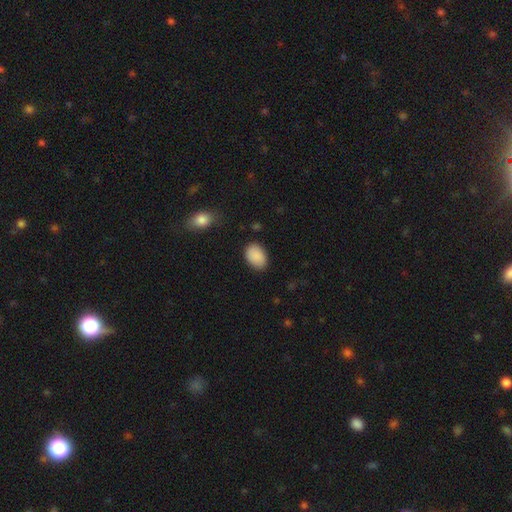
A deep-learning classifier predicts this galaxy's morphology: Smooth or featured: smooth — 90% (star or artifact — 7%)
How rounded: in between — 84% (round — 15%)
Merging: none — 83% (minor disturbance — 12%)